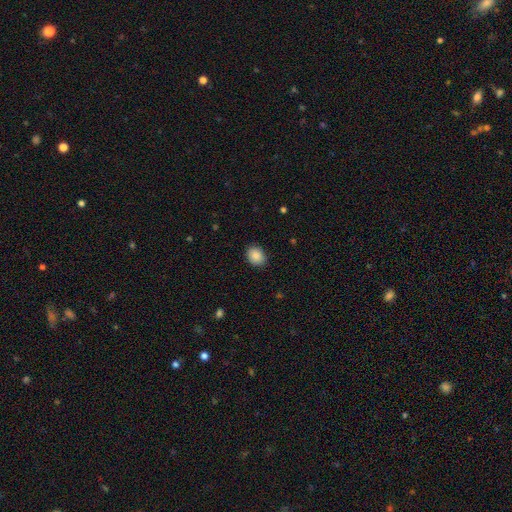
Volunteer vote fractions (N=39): Overall: smooth (90%). How rounded: round (51%; in between 46%). Merging: none (83%).